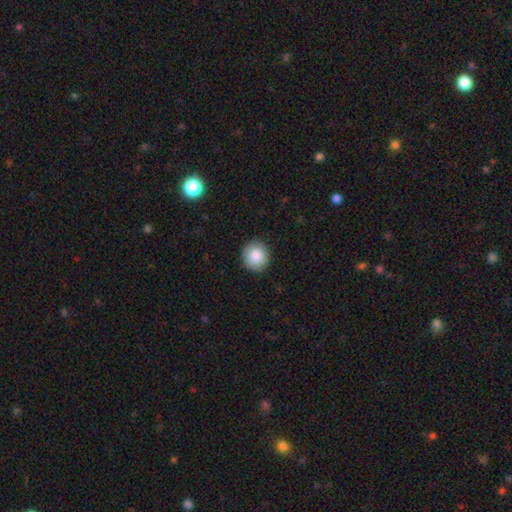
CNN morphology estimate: The model was most divided on "how rounded": round: 87%, in between: 12%, cigar-shaped: 1%. More confident: merging — none (90%); smooth or featured — smooth (87%).